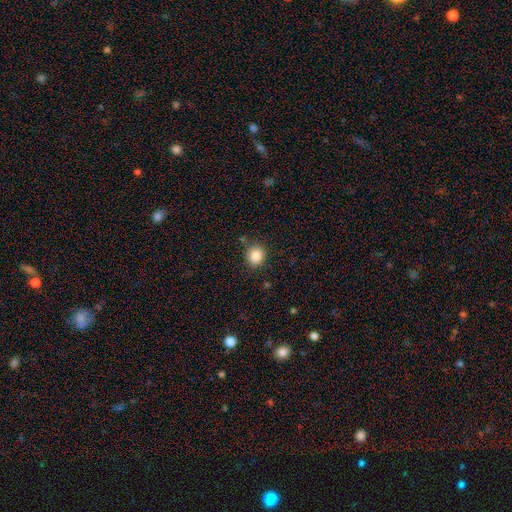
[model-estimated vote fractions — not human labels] This is clearly a smooth galaxy (86%). How rounded: likely round (76%). Merging: clearly none (81%).